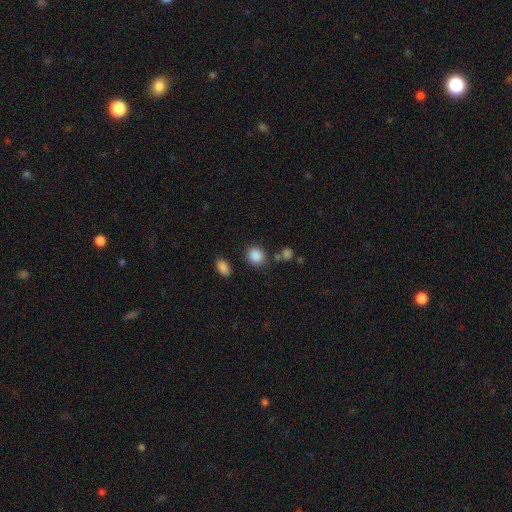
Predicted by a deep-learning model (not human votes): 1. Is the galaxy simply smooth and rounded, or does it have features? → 87% smooth, 9% star or artifact, 4% featured or disk.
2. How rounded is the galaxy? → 68% round, 30% in between, 1% cigar-shaped.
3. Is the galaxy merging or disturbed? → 79% none, 10% minor disturbance, 7% merger, 4% major disturbance.